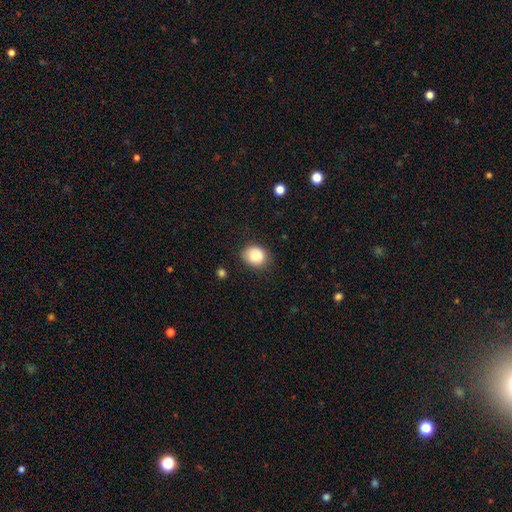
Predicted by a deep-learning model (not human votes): Morphology: type=smooth (86%); roundness=round (64%); merging=none (78%).